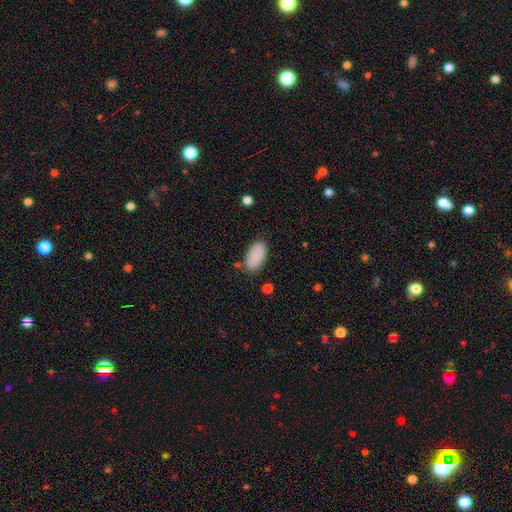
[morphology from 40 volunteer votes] A smooth galaxy with no disk features (92%) that is in between round and cigar-shaped (97%). Merging: none (87%).